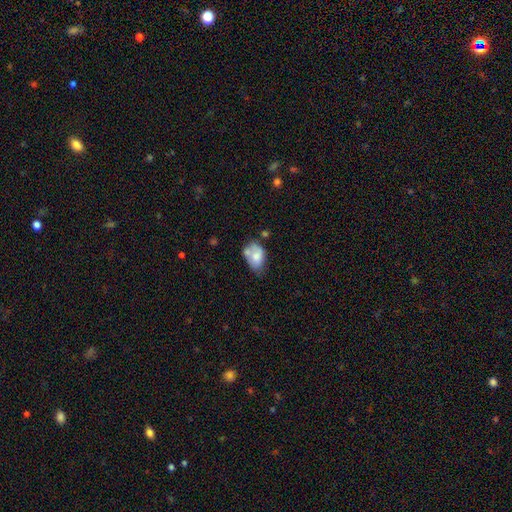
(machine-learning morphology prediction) Q: Smooth or featured?
A: smooth (66%); runner-up: featured or disk (26%)
Q: How rounded?
A: in between (81%); runner-up: round (17%)
Q: Merging?
A: none (31%); runner-up: minor disturbance (29%)